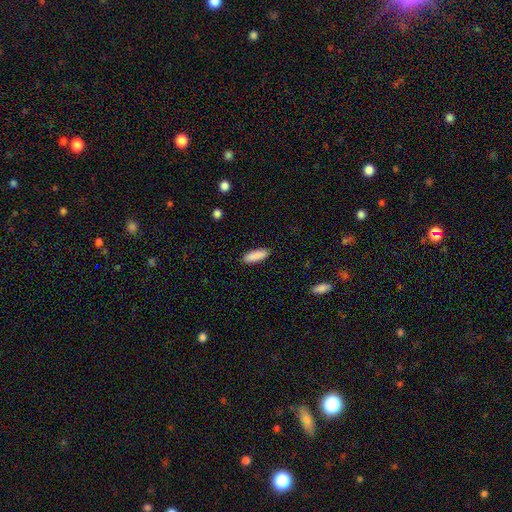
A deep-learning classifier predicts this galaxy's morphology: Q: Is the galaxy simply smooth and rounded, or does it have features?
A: smooth — 90%.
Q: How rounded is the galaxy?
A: in between — 58%.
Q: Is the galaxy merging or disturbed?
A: none — 90%.